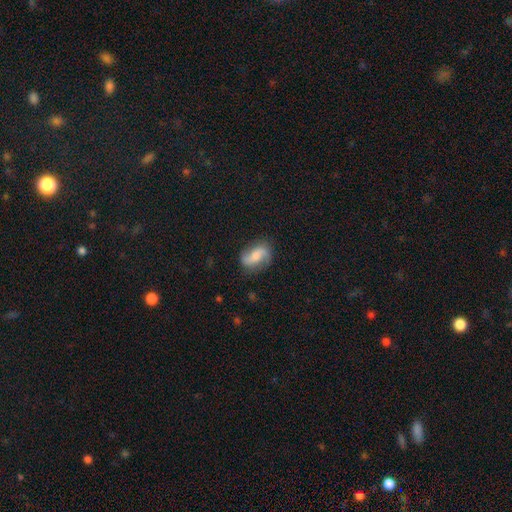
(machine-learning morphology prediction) Q: Smooth or featured?
A: featured or disk (65%); runner-up: smooth (27%)
Q: Edge-on disk?
A: no (95%); runner-up: yes (5%)
Q: Bar?
A: no (48%); runner-up: weak (34%)
Q: Spiral arms?
A: yes (92%); runner-up: no (8%)
Q: Spiral winding?
A: loose (62%); runner-up: medium (28%)
Q: Spiral arm count?
A: 2 (90%); runner-up: can't tell (4%)
Q: Bulge size?
A: moderate (49%); runner-up: small (39%)
Q: Merging?
A: none (77%); runner-up: minor disturbance (16%)